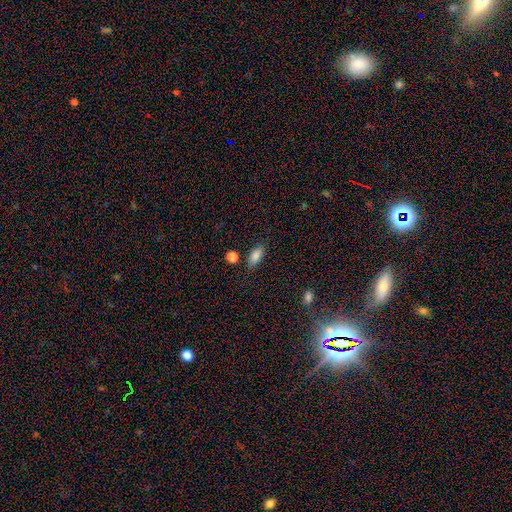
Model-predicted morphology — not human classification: smooth-or-featured: smooth: 84% | star or artifact: 8% | featured or disk: 7%
  how-rounded: in between: 85% | cigar-shaped: 11% | round: 4%
  merging: none: 80% | minor disturbance: 12% | merger: 4% | major disturbance: 3%